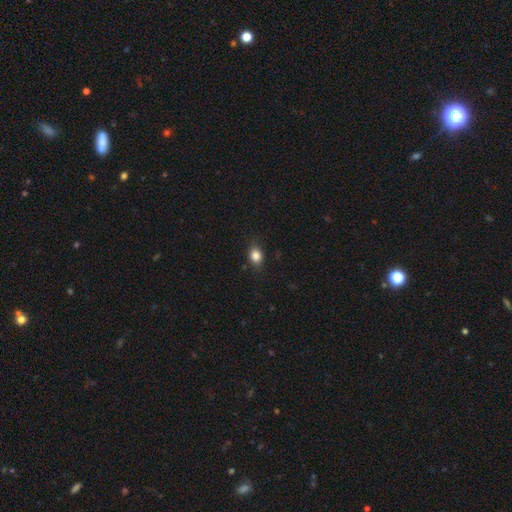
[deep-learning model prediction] smooth-or-featured: smooth: 84% | star or artifact: 10% | featured or disk: 6%
  how-rounded: in between: 56% | round: 42% | cigar-shaped: 2%
  merging: none: 82% | minor disturbance: 14% | major disturbance: 3% | merger: 1%